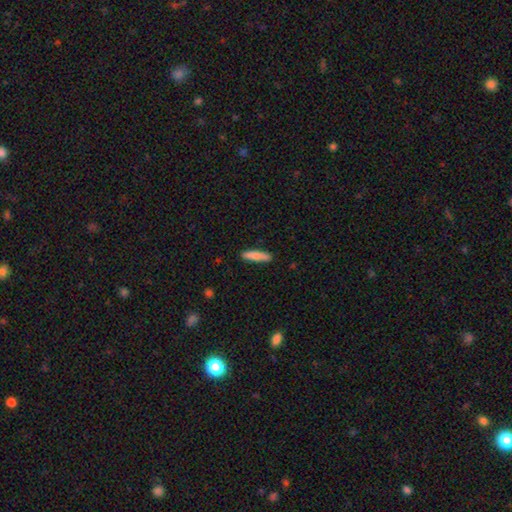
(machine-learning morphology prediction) Smooth or featured: smooth — 81% (featured or disk — 14%)
How rounded: cigar-shaped — 80% (in between — 19%)
Merging: none — 87% (minor disturbance — 10%)